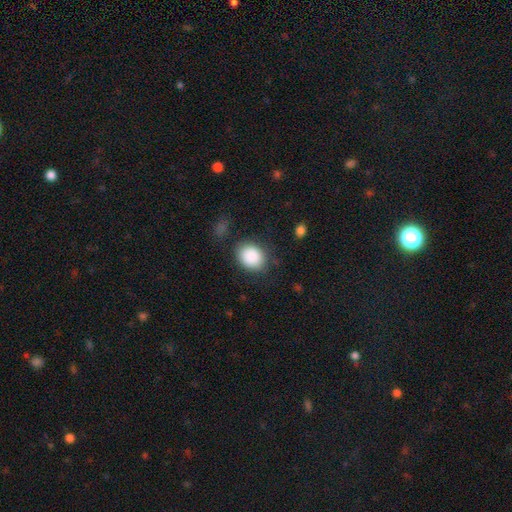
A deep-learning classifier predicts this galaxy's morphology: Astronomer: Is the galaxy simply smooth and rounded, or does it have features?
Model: smooth — 89%.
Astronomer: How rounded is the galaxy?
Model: round — 54% (runner-up: in between, 45%).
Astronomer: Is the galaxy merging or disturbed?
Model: none — 81%.